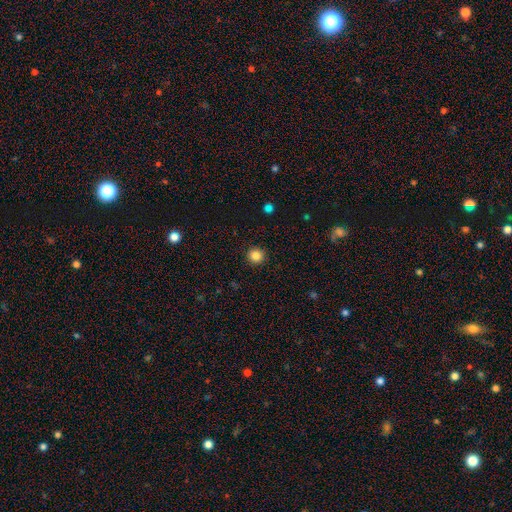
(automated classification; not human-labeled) The model was most divided on "smooth or featured": smooth: 85%, star or artifact: 11%, featured or disk: 4%. More confident: how rounded — round (94%); merging — none (92%).